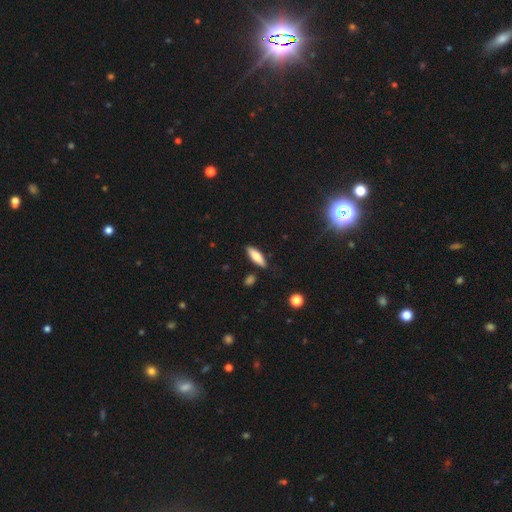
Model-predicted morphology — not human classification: Q: Smooth or featured?
A: smooth (75%); runner-up: featured or disk (19%)
Q: How rounded?
A: cigar-shaped (50%); runner-up: in between (48%)
Q: Merging?
A: none (84%); runner-up: minor disturbance (11%)